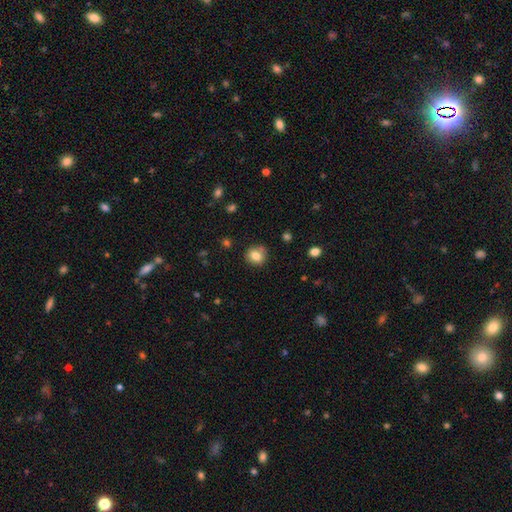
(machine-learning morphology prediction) This is likely a smooth galaxy (80%). How rounded: clearly round (81%). Merging: likely none (78%).